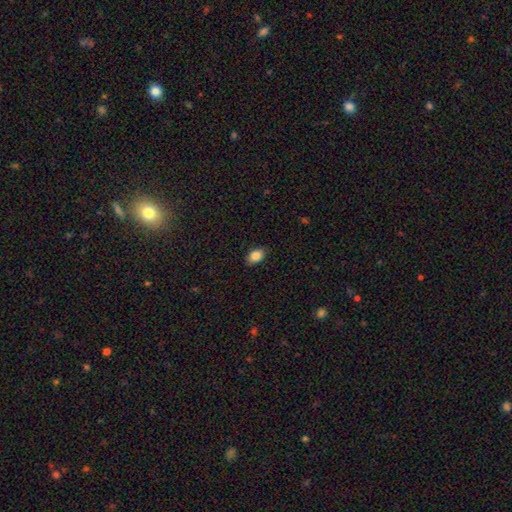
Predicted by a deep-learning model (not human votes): The model was most divided on "how rounded": in between: 84%, round: 15%, cigar-shaped: 1%. More confident: smooth or featured — smooth (87%); merging — none (86%).